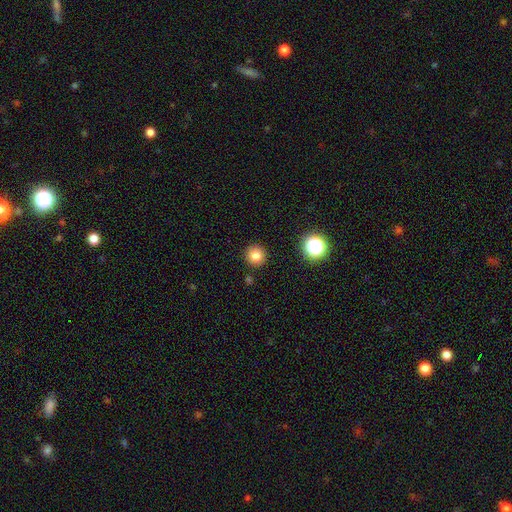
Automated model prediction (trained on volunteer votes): Overall: smooth (80%). How rounded: round (95%). Merging: none (90%).